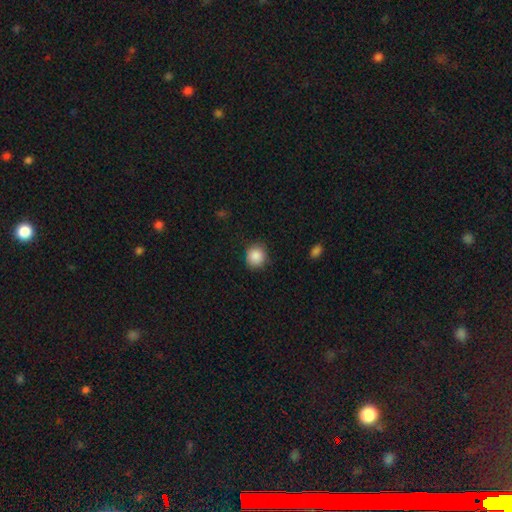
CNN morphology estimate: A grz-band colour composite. It shows a smooth galaxy with no disk features (88%) that is round (85%). Merging: none (85%).